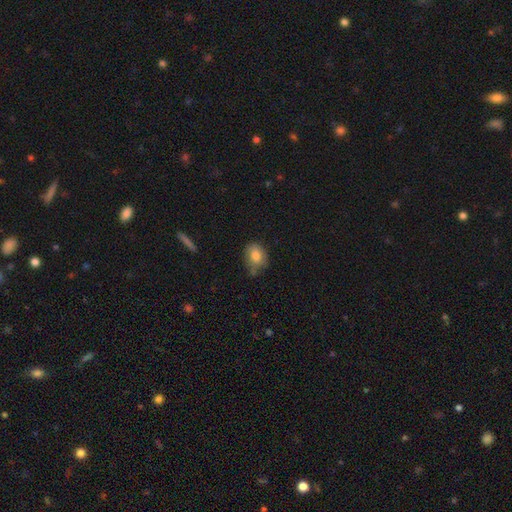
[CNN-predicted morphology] smooth_or_featured: smooth (p=0.80) [alt: featured or disk p=0.11]
how_rounded: in between (p=0.56) [alt: round p=0.43]
merging: none (p=0.59) [alt: minor disturbance p=0.29]